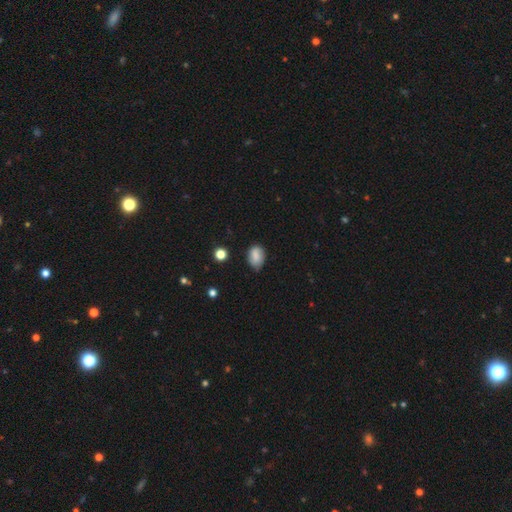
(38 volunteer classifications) Smooth or featured?
  - smooth: 79% *
  - featured or disk: 11%
  - star or artifact: 11%
How rounded?
  - in between: 83% *
  - round: 17%
  - cigar-shaped: 0%
Merging?
  - none: 50% *
  - minor disturbance: 47%
  - merger: 3%
  - major disturbance: 0%